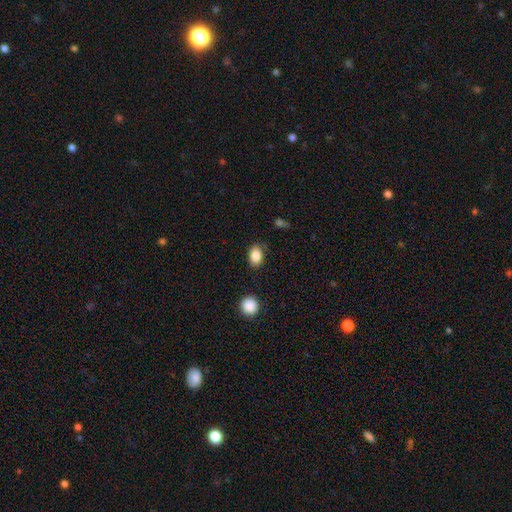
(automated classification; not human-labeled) Smooth or featured: smooth — 86% (star or artifact — 9%)
How rounded: in between — 76% (round — 23%)
Merging: none — 84% (minor disturbance — 11%)